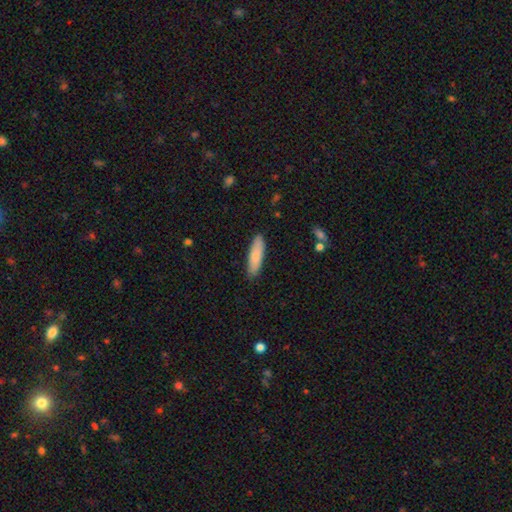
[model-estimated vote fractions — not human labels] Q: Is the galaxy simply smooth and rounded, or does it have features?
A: smooth — 81%.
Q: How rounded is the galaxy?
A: cigar-shaped — 64%.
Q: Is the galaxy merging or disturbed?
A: none — 87%.